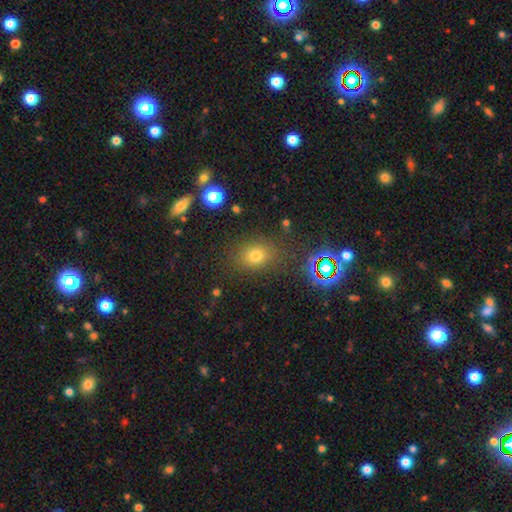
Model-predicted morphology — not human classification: A smooth galaxy with no disk features (70%) that is round (51%). Merging: none (79%).